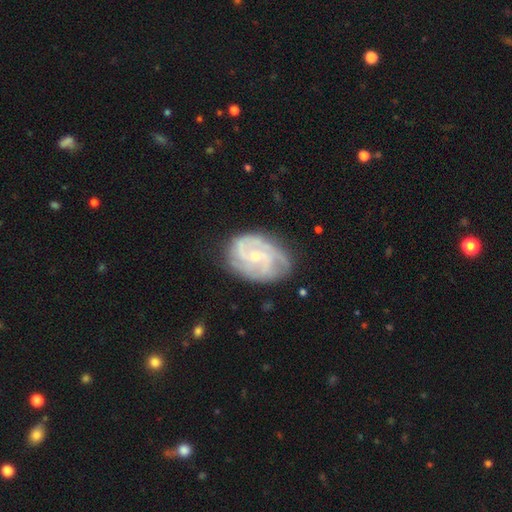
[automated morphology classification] Smooth or featured? featured or disk (85%)
Edge-on disk? no (97%)
Bar? no (57%)
Spiral arms? yes (96%)
Spiral winding? tight (51%)
Spiral arm count? 3 (33%)
Bulge size? small (68%)
Merging? none (73%)